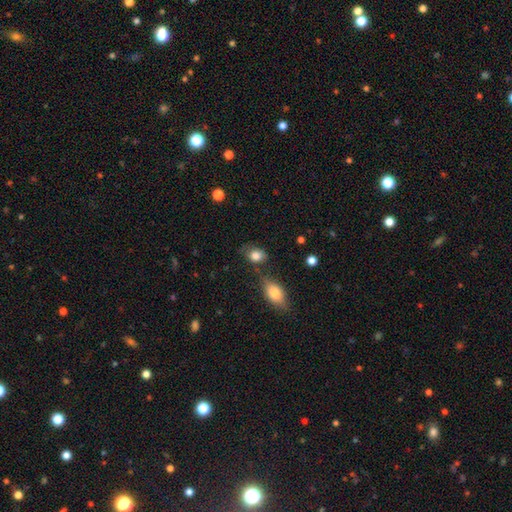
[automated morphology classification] The model was most divided on "how rounded": in between: 66%, round: 32%, cigar-shaped: 2%. More confident: smooth or featured — smooth (83%); merging — none (65%).